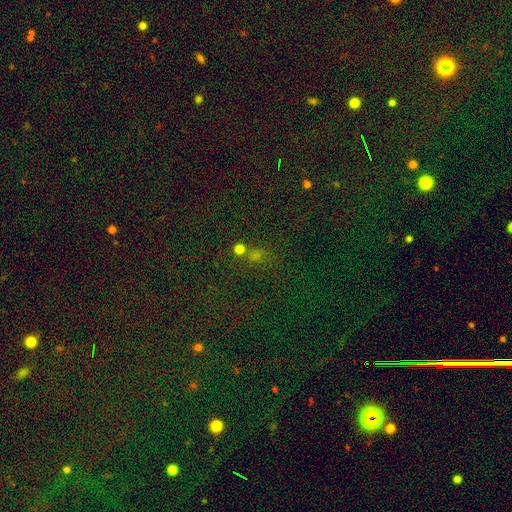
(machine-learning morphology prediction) Smooth or featured? Predicted: star or artifact (p=0.53).